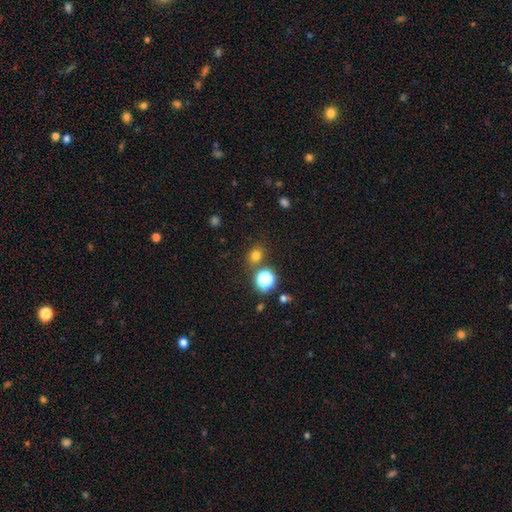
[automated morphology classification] Overall: smooth (72%). How rounded: round (71%). Merging: none (80%).